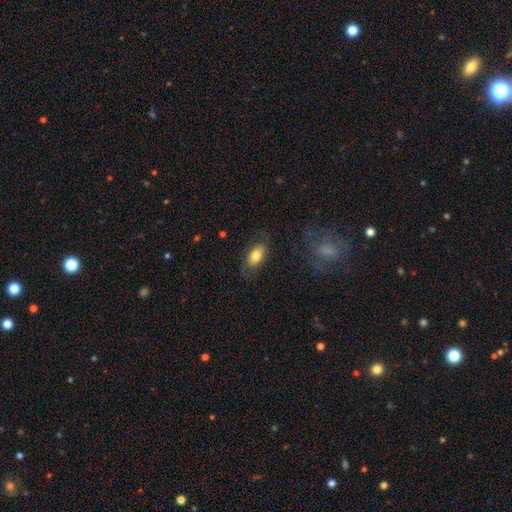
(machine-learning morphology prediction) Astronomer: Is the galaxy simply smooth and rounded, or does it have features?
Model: smooth — 76%.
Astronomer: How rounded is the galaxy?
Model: in between — 90%.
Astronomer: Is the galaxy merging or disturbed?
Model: none — 79%.